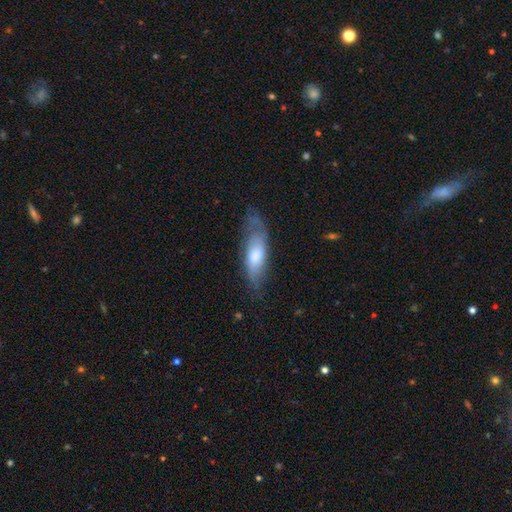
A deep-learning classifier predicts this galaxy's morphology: Overall: smooth (60%; featured or disk 34%). How rounded: in between (60%; cigar-shaped 38%). Merging: none (55%; minor disturbance 29%).